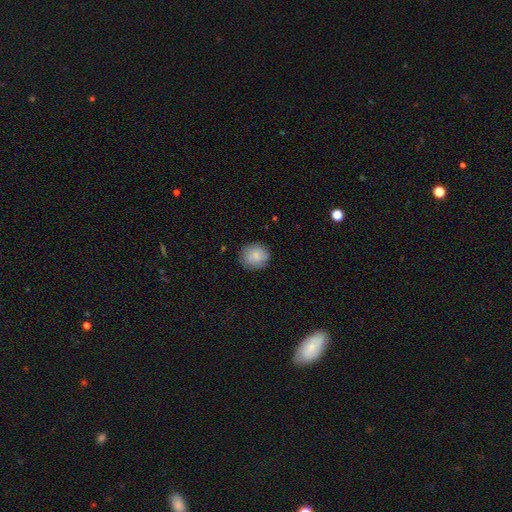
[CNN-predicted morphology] This appears to be a smooth galaxy with no disk features (79%) that is round (82%). Merging: none (81%).